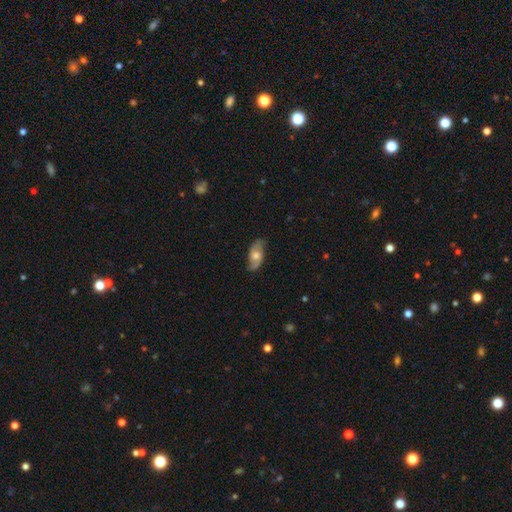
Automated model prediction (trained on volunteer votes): smooth-or-featured: featured or disk: 57% | smooth: 36% | star or artifact: 7%
  disk-edge-on: no: 86% | yes: 14%
  merging: none: 77% | minor disturbance: 18% | major disturbance: 4% | merger: 1%